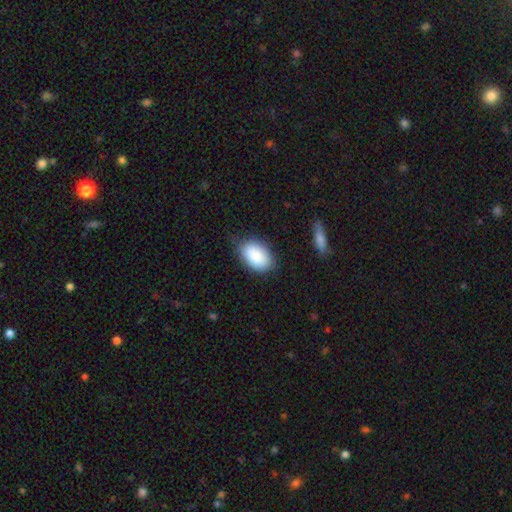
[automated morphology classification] smooth 87%, star or artifact 6%, featured or disk 6%. Down the decision tree: how rounded — in between (91%); merging — none (76%).